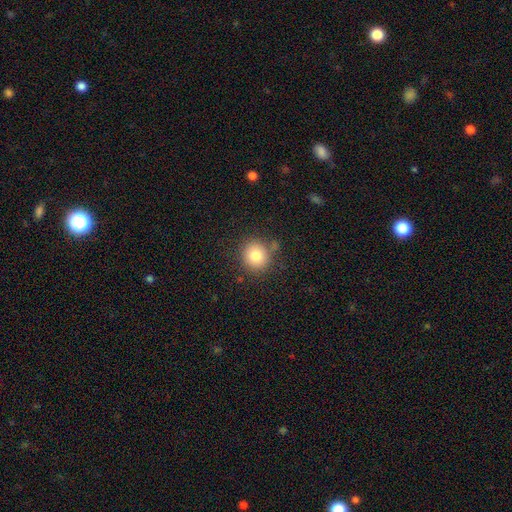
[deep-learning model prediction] Overall: smooth (81%). How rounded: round (86%). Merging: none (80%).